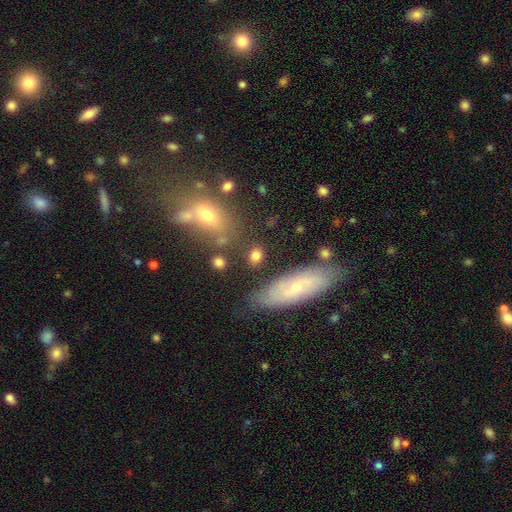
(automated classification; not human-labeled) Smooth or featured? smooth (79%)
How rounded? in between (67%)
Merging? none (74%)